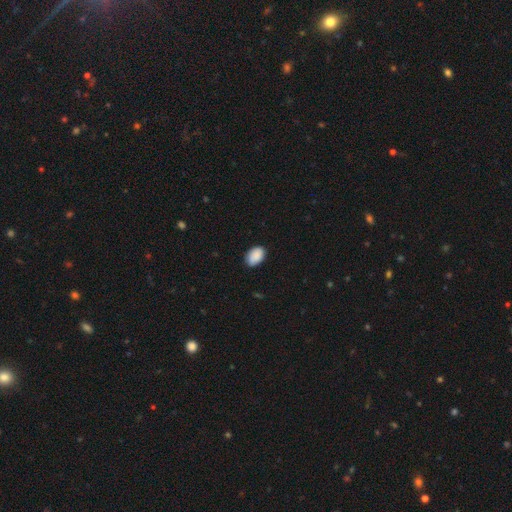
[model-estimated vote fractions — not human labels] Morphology: type=smooth (90%); roundness=in between (89%); merging=none (81%).